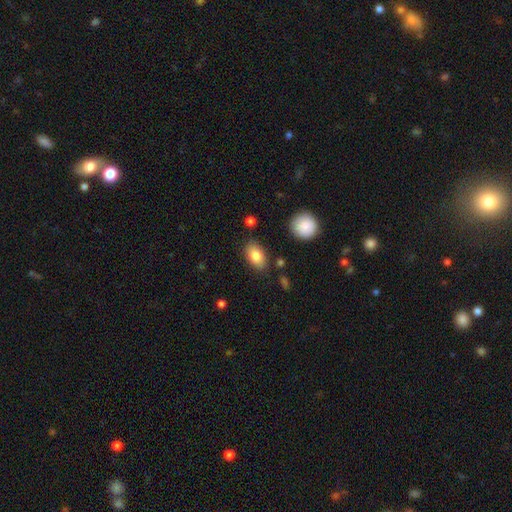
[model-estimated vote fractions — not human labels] Smooth or featured? smooth (83%)
How rounded? in between (90%)
Merging? none (82%)